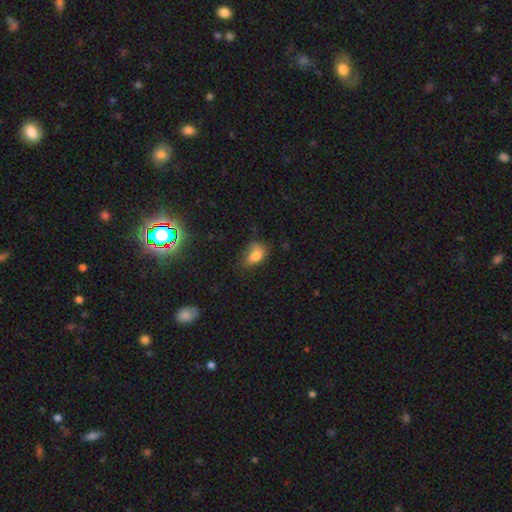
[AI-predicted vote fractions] Smooth or featured: smooth — 76% (featured or disk — 12%)
How rounded: in between — 79% (round — 19%)
Merging: none — 42% (minor disturbance — 36%)